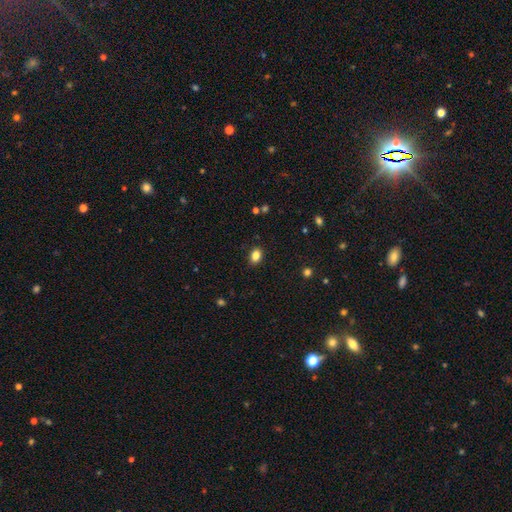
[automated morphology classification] smooth_or_featured: smooth (p=0.85) [alt: star or artifact p=0.10]
how_rounded: in between (p=0.74) [alt: round p=0.25]
merging: none (p=0.88) [alt: minor disturbance p=0.09]